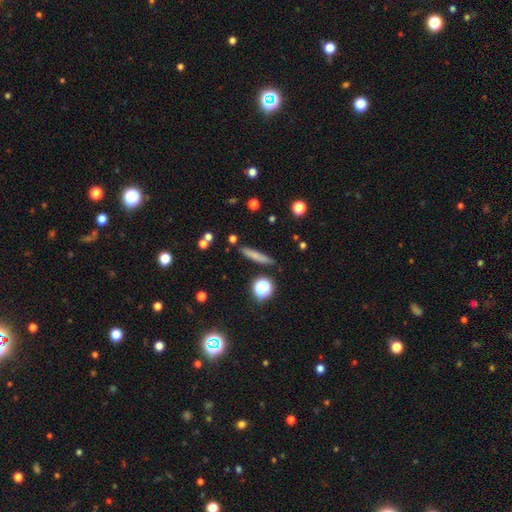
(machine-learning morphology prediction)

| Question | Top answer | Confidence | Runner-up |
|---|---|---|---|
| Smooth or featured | smooth | 69% | featured or disk (19%) |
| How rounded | cigar-shaped | 85% | in between (10%) |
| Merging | none | 84% | minor disturbance (11%) |